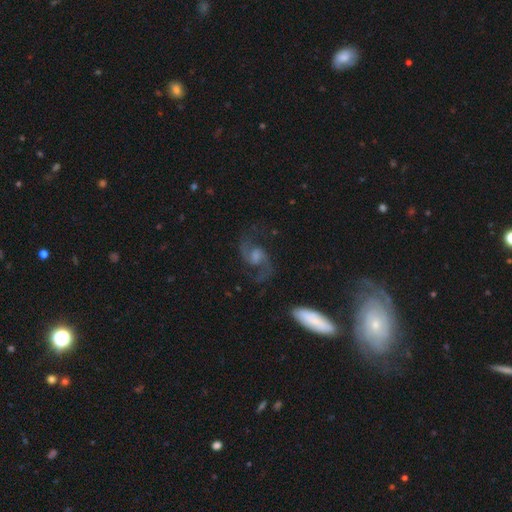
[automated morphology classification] smooth_or_featured: featured or disk (p=0.88) [alt: star or artifact p=0.07]
disk_edge_on: no (p=0.97) [alt: yes p=0.03]
bar: weak (p=0.47) [alt: no p=0.39]
has_spiral_arms: yes (p=0.97) [alt: no p=0.03]
spiral_winding: medium (p=0.51) [alt: loose p=0.40]
spiral_arm_count: 2 (p=0.93) [alt: can't tell p=0.02]
bulge_size: moderate (p=0.38) [alt: small p=0.34]
merging: none (p=0.77) [alt: minor disturbance p=0.13]